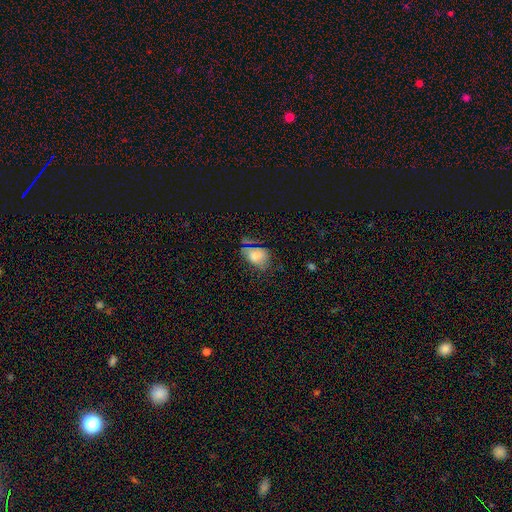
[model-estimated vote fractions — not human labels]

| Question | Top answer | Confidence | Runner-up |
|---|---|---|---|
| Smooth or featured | smooth | 71% | star or artifact (18%) |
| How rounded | in between | 75% | round (23%) |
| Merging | none | 60% | minor disturbance (25%) |